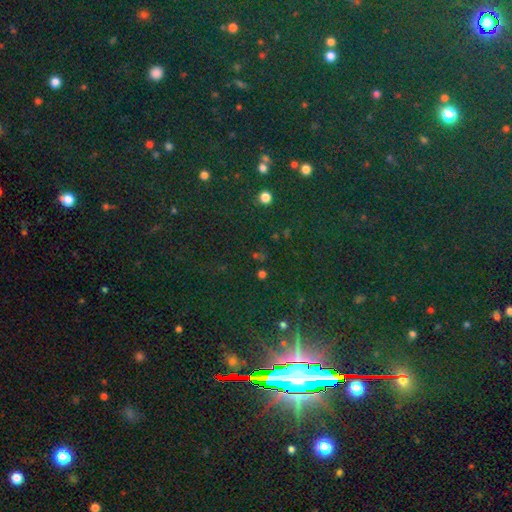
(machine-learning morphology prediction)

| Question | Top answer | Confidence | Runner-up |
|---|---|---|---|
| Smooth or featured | star or artifact | 73% | smooth (17%) |